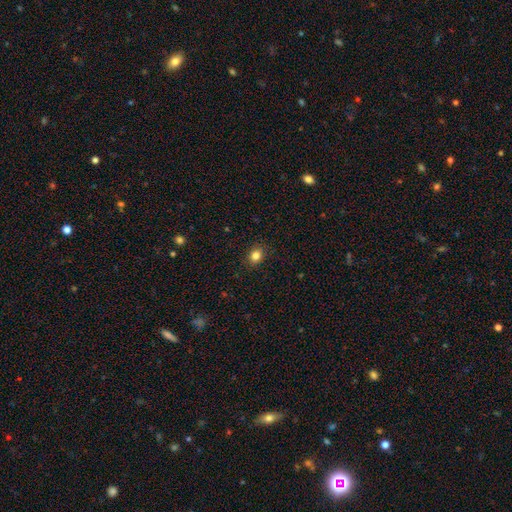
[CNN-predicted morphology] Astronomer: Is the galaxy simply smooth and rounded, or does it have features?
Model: smooth — 84%.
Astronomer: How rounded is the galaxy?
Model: round — 56% (runner-up: in between, 43%).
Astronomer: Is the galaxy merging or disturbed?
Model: none — 89%.